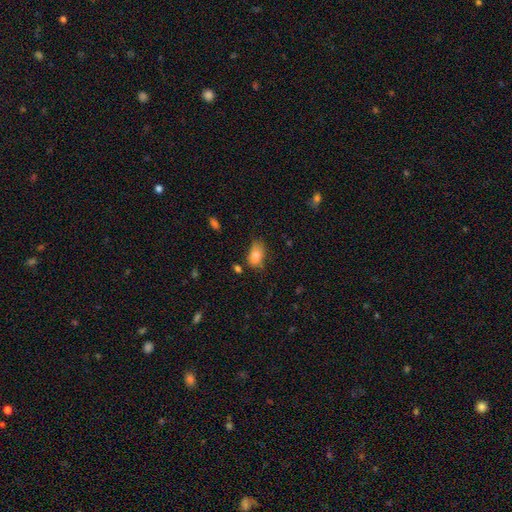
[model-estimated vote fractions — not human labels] The model was most divided on "merging": none: 52%, minor disturbance: 33%, major disturbance: 10%, merger: 5%. More confident: how rounded — in between (90%); smooth or featured — smooth (80%).